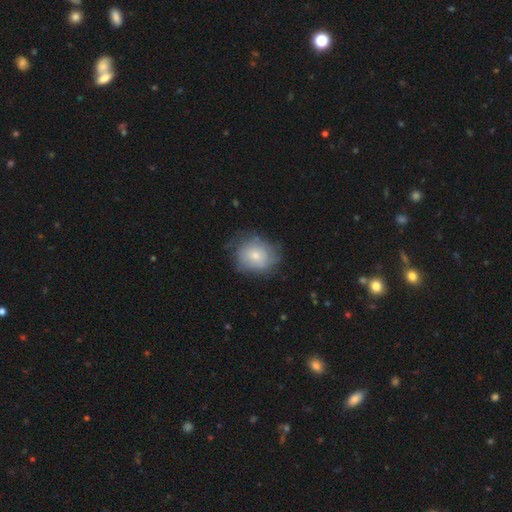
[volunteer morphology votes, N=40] type=smooth (60%); roundness=round (71%); merging=none (49%).